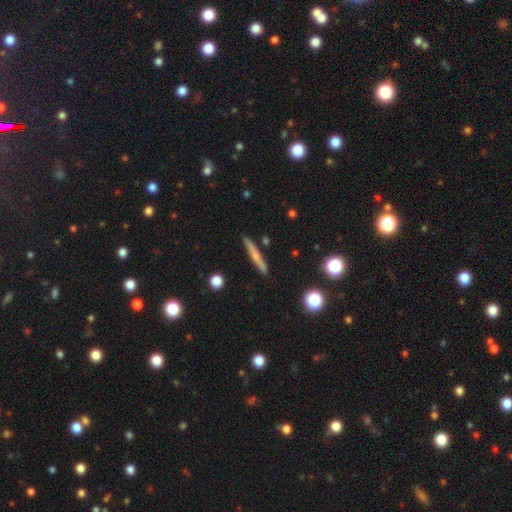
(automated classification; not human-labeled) A smooth galaxy with no disk features (54%) that is cigar-shaped (94%). Merging: none (90%).